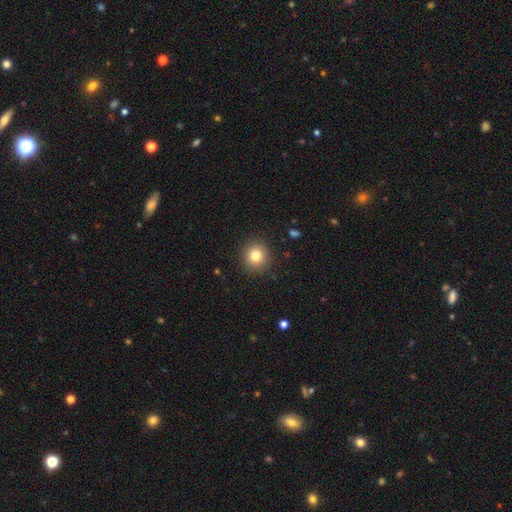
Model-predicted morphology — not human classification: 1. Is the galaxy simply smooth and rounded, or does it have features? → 80% smooth, 12% star or artifact, 8% featured or disk.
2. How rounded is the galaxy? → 92% round, 8% in between, 1% cigar-shaped.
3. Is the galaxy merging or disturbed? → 91% none, 6% minor disturbance, 2% major disturbance, 1% merger.